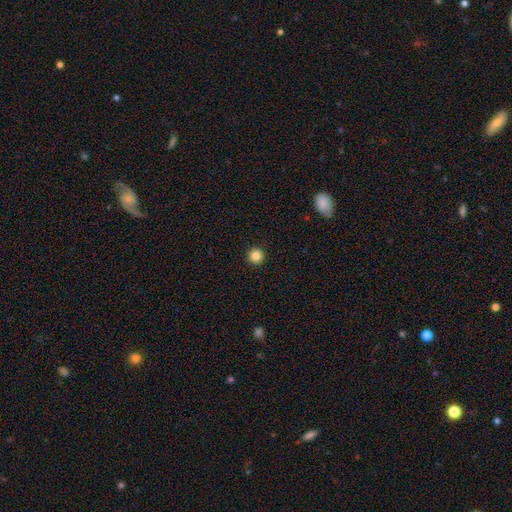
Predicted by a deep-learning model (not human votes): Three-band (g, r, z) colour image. It shows a smooth galaxy with no disk features (86%) that is round (96%). Merging: none (94%).